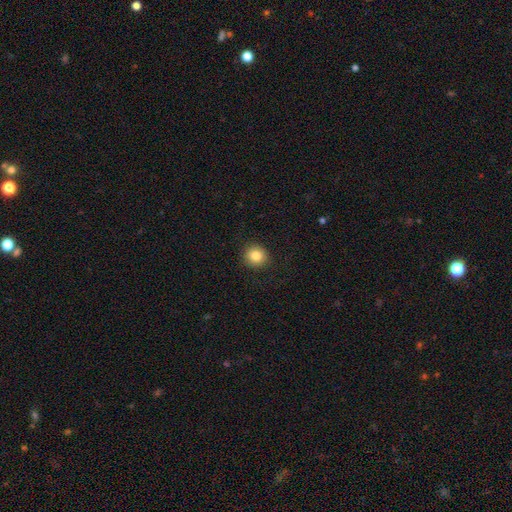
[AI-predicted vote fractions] This appears to be a smooth galaxy with no disk features (85%) that is round (91%). Merging: none (90%).